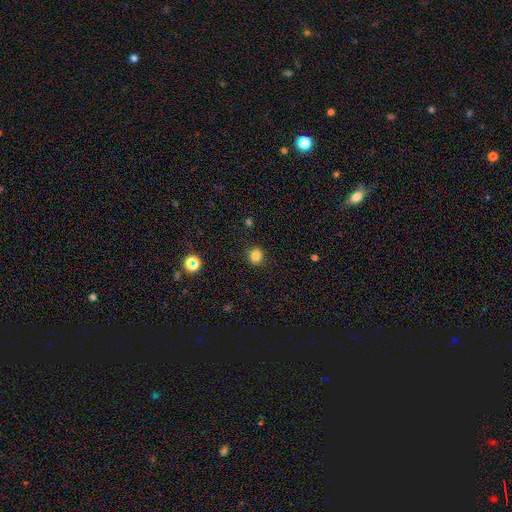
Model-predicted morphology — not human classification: Overall: smooth (83%). How rounded: round (80%). Merging: none (89%).